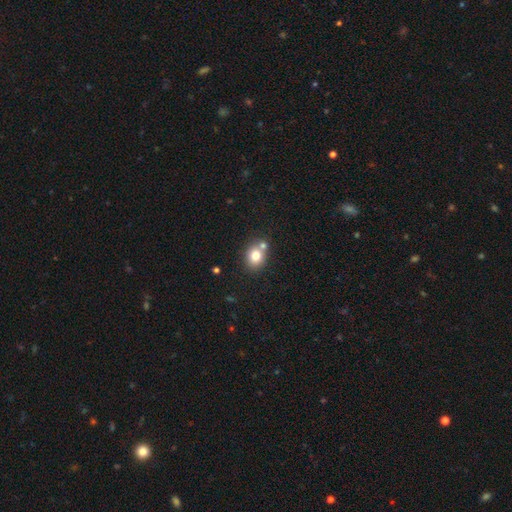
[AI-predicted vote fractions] Smooth or featured? smooth (77%)
How rounded? round (63%)
Merging? none (57%)